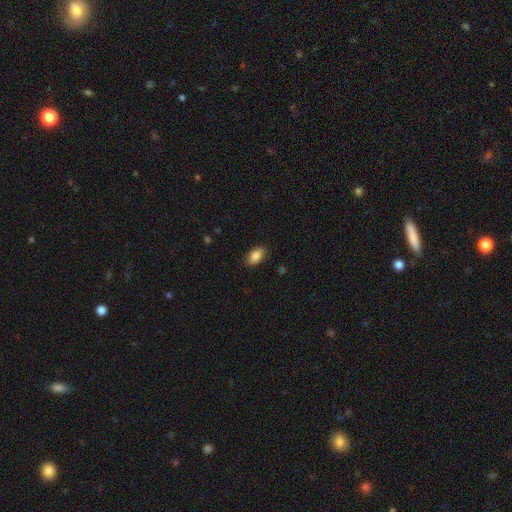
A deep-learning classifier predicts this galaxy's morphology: A smooth galaxy with no disk features (87%) that is in between round and cigar-shaped (92%). Merging: none (87%).